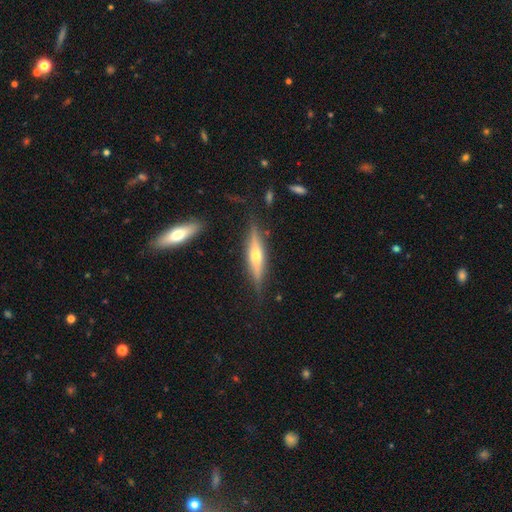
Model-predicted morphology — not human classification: type=featured or disk (63%); edge-on=yes (93%); edge-on bulge=rounded (87%); merging=none (81%).